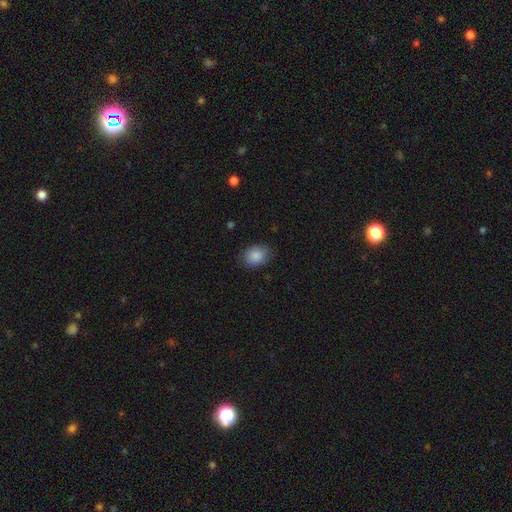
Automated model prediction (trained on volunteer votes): Smooth or featured? Predicted: smooth (p=0.87). How rounded? Predicted: in between (p=0.65). Merging? Predicted: none (p=0.81).